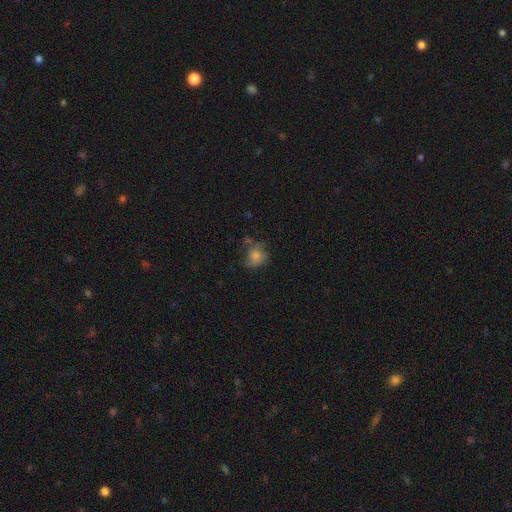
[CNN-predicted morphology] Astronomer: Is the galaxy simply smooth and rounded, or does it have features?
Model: smooth — 63%.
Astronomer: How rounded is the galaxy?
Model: round — 69%.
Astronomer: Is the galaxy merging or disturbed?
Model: none — 51% (runner-up: minor disturbance, 27%).